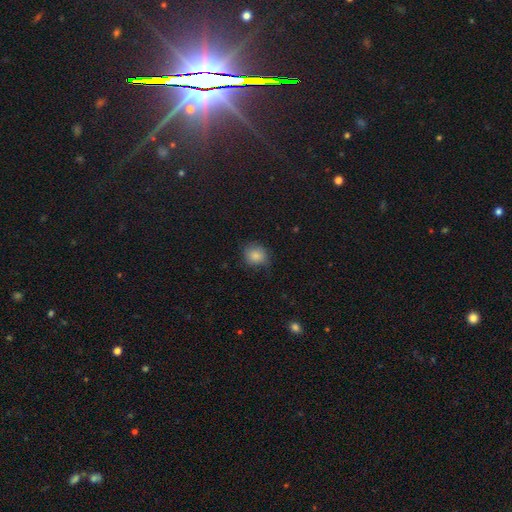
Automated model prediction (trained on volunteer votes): The model was most divided on "merging": none: 70%, minor disturbance: 23%, major disturbance: 5%, merger: 1%. More confident: smooth or featured — smooth (84%); how rounded — round (77%).